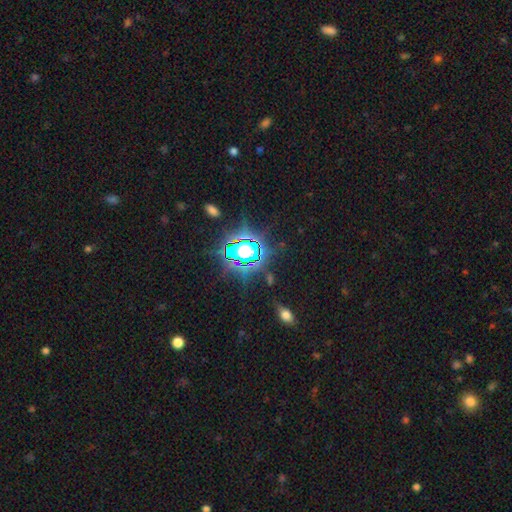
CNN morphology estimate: This is clearly a star or artifact rather than a galaxy (84%).